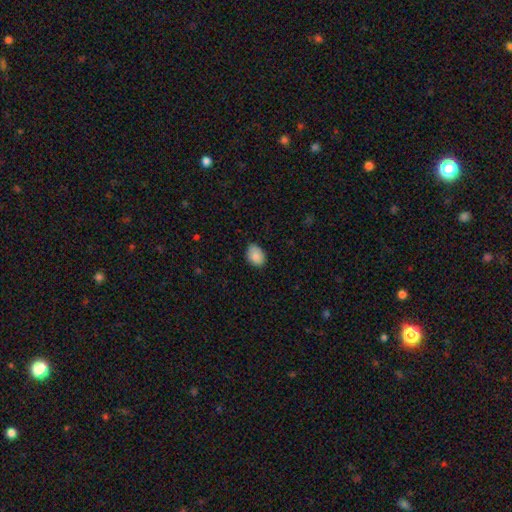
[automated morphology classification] Smooth or featured? Predicted: smooth (p=0.86). How rounded? Predicted: in between (p=0.74). Merging? Predicted: none (p=0.81).